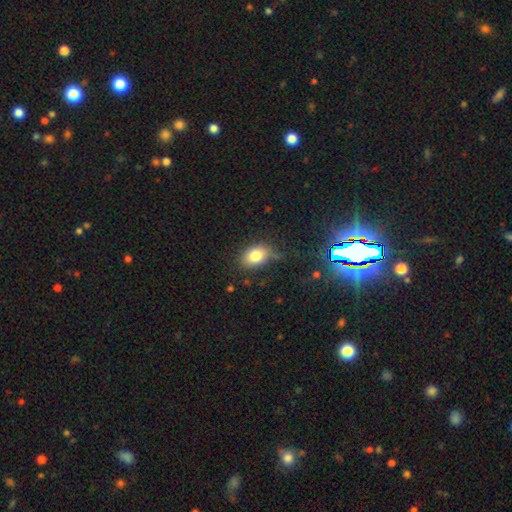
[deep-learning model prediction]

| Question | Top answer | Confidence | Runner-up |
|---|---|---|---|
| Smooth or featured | smooth | 80% | star or artifact (10%) |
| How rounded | in between | 80% | round (19%) |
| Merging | none | 68% | minor disturbance (23%) |